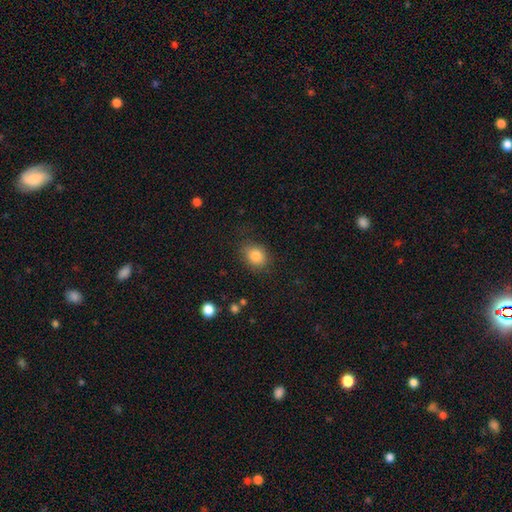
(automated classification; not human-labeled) Smooth or featured? Predicted: smooth (p=0.85). How rounded? Predicted: in between (p=0.55). Merging? Predicted: none (p=0.78).